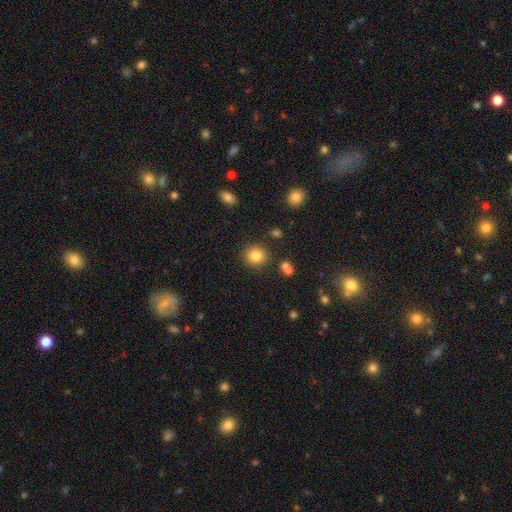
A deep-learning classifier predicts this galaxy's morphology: This is clearly a smooth galaxy (84%). How rounded: clearly round (89%). Merging: clearly none (86%).